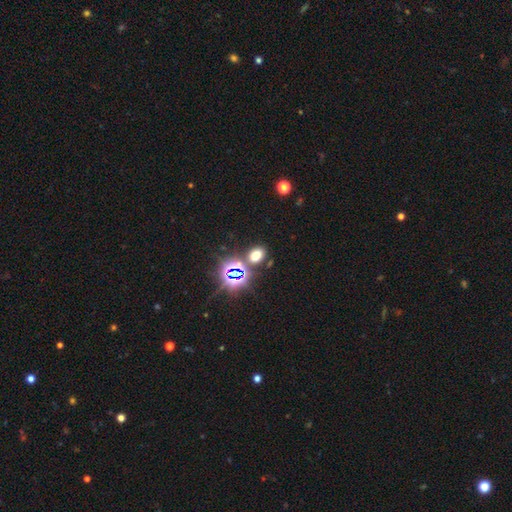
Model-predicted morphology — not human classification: A smooth galaxy with no disk features (59%) that is in between round and cigar-shaped (72%).

Vote fractions:
- Smooth or featured? smooth: 59% / star or artifact: 34% / featured or disk: 6%
- How rounded? in between: 72% / round: 27% / cigar-shaped: 2%
- Merging? none: 79% / minor disturbance: 10% / merger: 8% / major disturbance: 4%